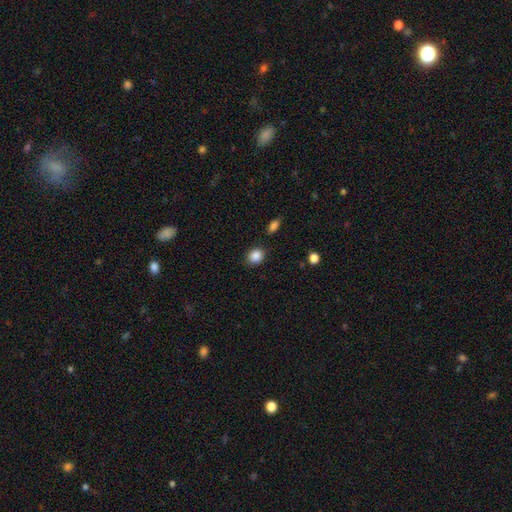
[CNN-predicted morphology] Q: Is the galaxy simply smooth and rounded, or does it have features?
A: smooth — 87%.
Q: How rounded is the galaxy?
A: round — 63%.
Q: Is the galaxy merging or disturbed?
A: none — 85%.